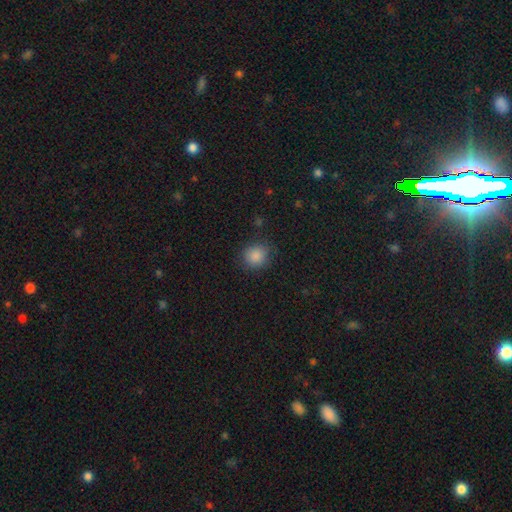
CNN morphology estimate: smooth-or-featured: smooth: 87% | star or artifact: 10% | featured or disk: 4%
  how-rounded: round: 86% | in between: 13% | cigar-shaped: 1%
  merging: none: 84% | minor disturbance: 11% | major disturbance: 4% | merger: 1%